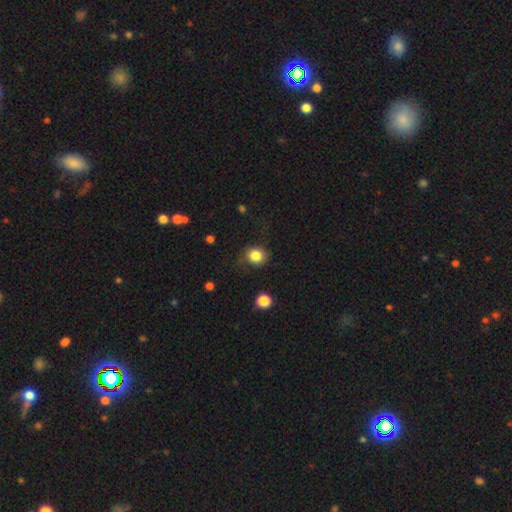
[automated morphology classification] smooth 83%, star or artifact 10%, featured or disk 7%. Down the decision tree: how rounded — round (77%); merging — none (74%).